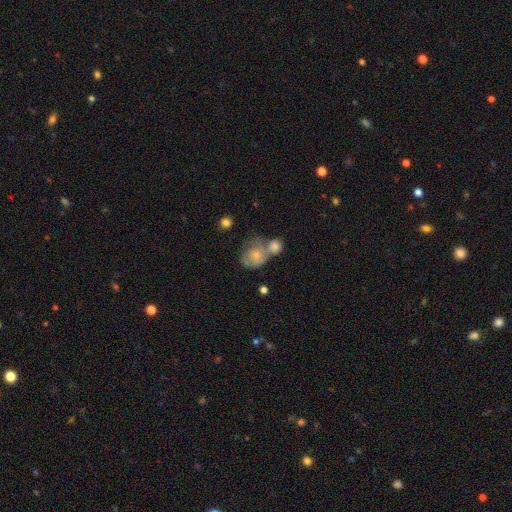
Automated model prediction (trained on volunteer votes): smooth 59%, featured or disk 33%, star or artifact 8%. Down the decision tree: how rounded — round (59%); merging — merger (53%).